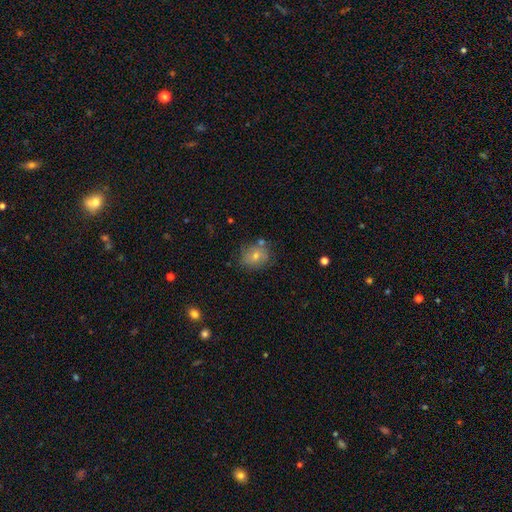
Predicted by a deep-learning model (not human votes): smooth-or-featured: smooth: 57% | featured or disk: 25% | star or artifact: 18%
  how-rounded: round: 66% | in between: 32% | cigar-shaped: 1%
  merging: none: 76% | minor disturbance: 15% | merger: 5% | major disturbance: 4%